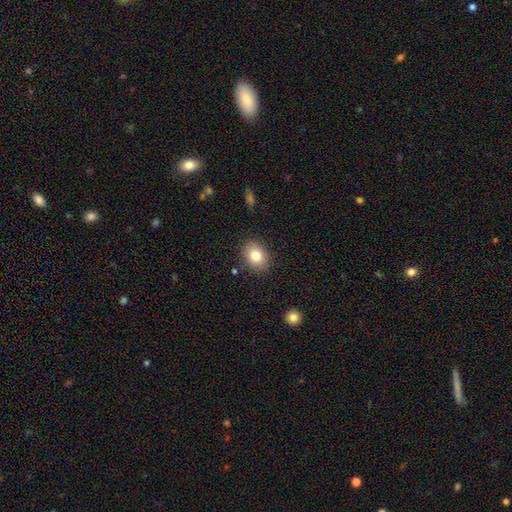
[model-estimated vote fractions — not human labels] Smooth or featured? Predicted: smooth (p=0.81). How rounded? Predicted: in between (p=0.63). Merging? Predicted: none (p=0.86).